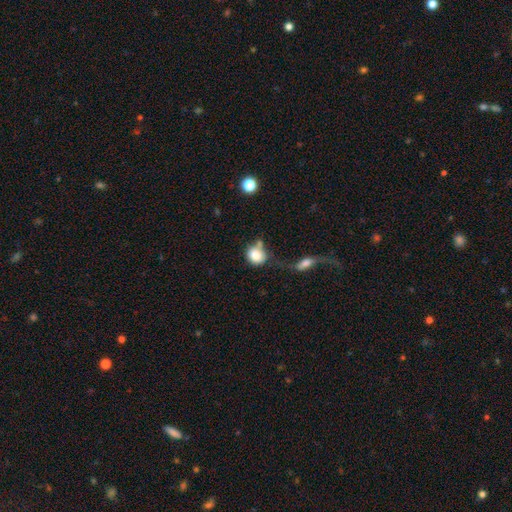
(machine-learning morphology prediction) Smooth or featured?
  - smooth: 81% *
  - featured or disk: 10%
  - star or artifact: 9%
How rounded?
  - round: 75% *
  - in between: 23%
  - cigar-shaped: 1%
Merging?
  - none: 45% *
  - merger: 25%
  - minor disturbance: 19%
  - major disturbance: 11%